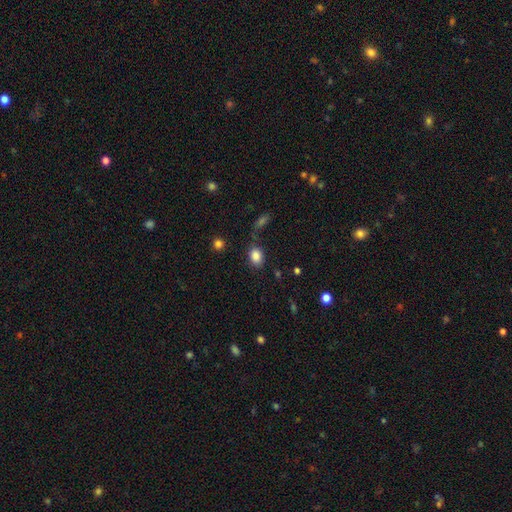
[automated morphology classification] smooth-or-featured: smooth: 85% | star or artifact: 10% | featured or disk: 5%
  how-rounded: in between: 64% | round: 35% | cigar-shaped: 1%
  merging: none: 74% | minor disturbance: 15% | major disturbance: 6% | merger: 5%